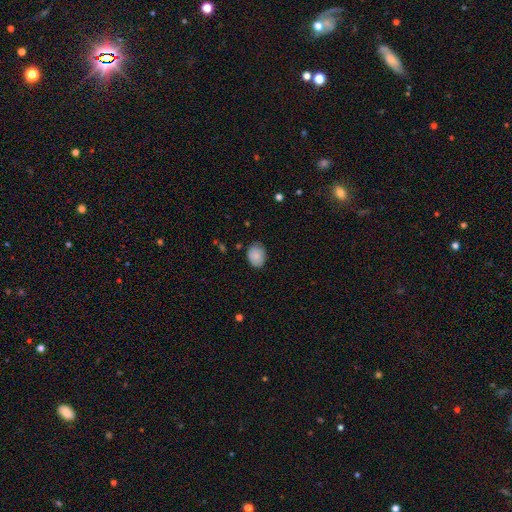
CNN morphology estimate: Smooth or featured? Predicted: smooth (p=0.86). How rounded? Predicted: in between (p=0.63). Merging? Predicted: none (p=0.78).